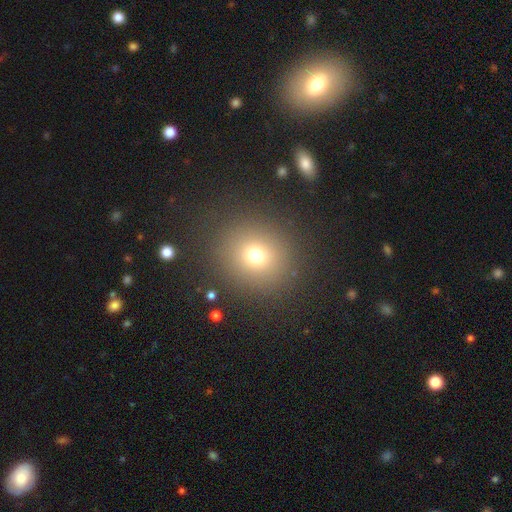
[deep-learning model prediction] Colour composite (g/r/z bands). It shows a smooth galaxy with no disk features (72%) that is round (83%). Merging: none (86%).